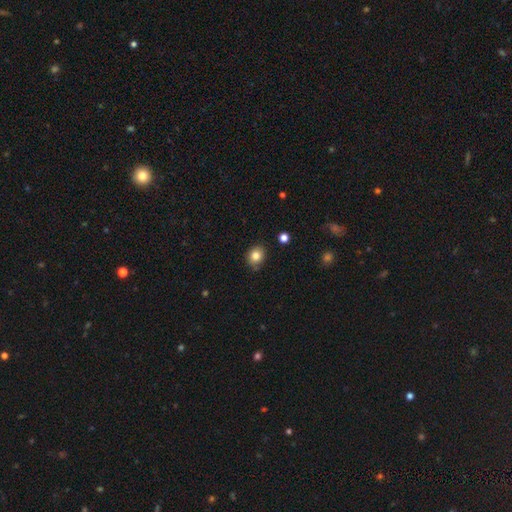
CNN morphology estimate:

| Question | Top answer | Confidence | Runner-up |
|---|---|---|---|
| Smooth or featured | smooth | 82% | star or artifact (11%) |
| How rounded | round | 65% | in between (34%) |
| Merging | none | 82% | minor disturbance (14%) |